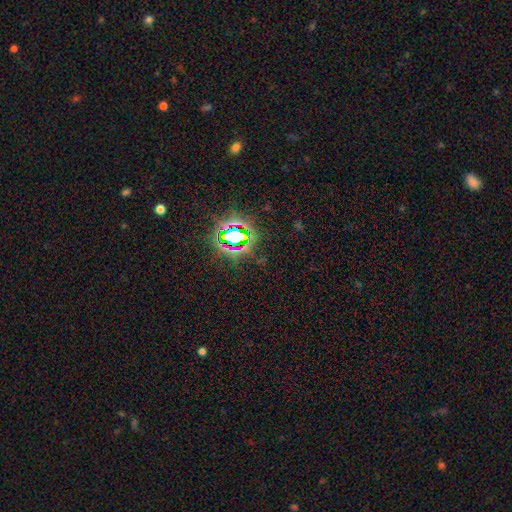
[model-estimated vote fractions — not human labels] Smooth or featured? star or artifact (81%)